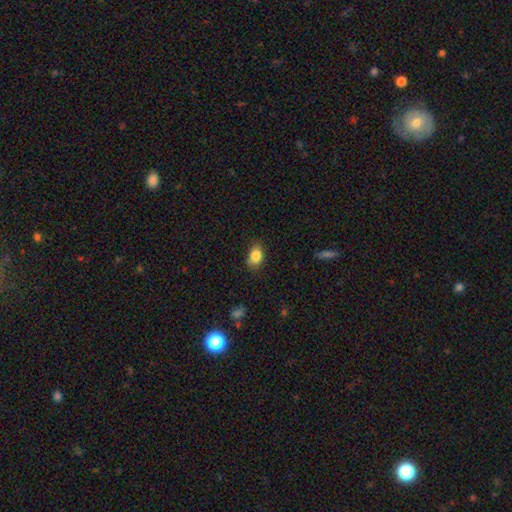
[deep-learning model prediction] smooth-or-featured: smooth: 84% | star or artifact: 9% | featured or disk: 7%
  how-rounded: in between: 78% | round: 21% | cigar-shaped: 2%
  merging: none: 77% | minor disturbance: 18% | major disturbance: 3% | merger: 2%